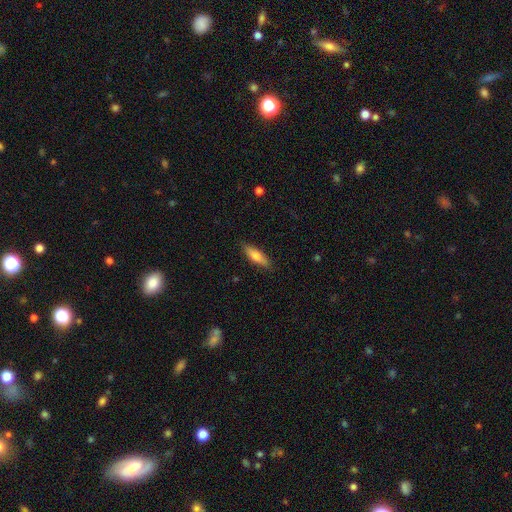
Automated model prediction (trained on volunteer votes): smooth_or_featured: smooth (p=0.68) [alt: featured or disk p=0.26]
how_rounded: cigar-shaped (p=0.54) [alt: in between p=0.44]
merging: none (p=0.86) [alt: minor disturbance p=0.11]